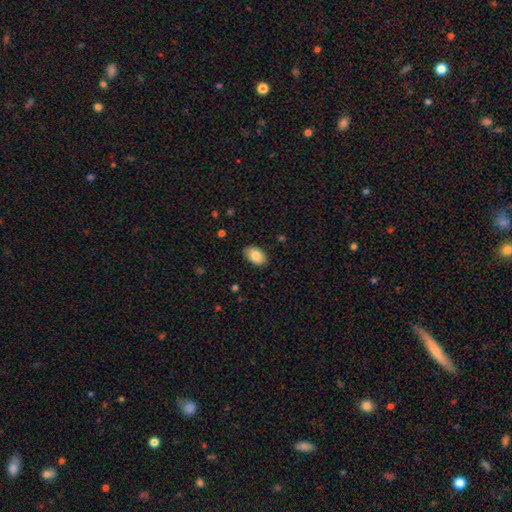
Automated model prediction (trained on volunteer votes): This appears to be a smooth galaxy with no disk features (86%) that is in between round and cigar-shaped (92%). Merging: none (86%).